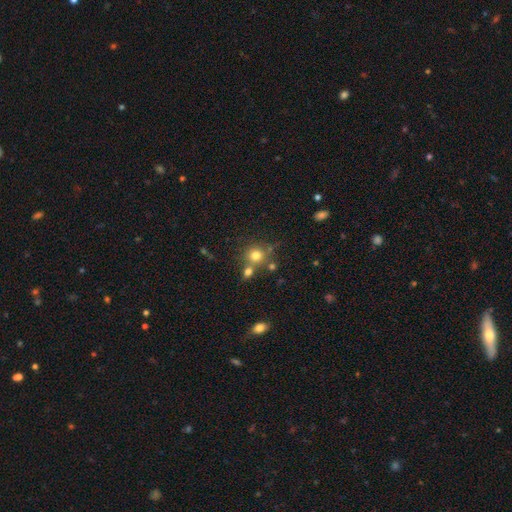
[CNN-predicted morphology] This appears to be a smooth galaxy with no disk features (75%) that is round (87%). Merging: none (59%).